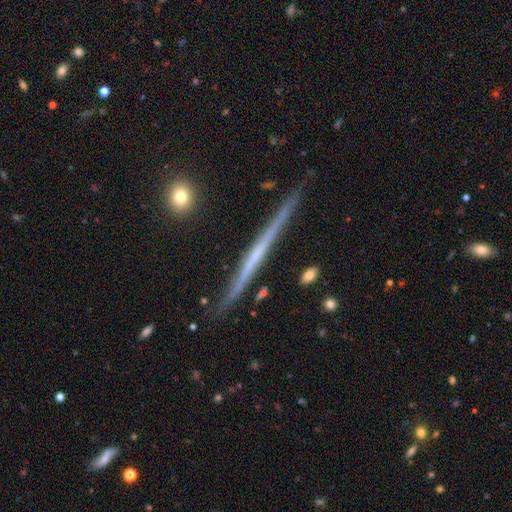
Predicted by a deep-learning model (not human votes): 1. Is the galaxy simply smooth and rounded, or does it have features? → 70% featured or disk, 24% smooth, 6% star or artifact.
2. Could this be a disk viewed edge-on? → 98% yes, 2% no.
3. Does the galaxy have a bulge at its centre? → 86% none, 9% rounded, 5% boxy.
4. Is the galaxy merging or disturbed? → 88% none, 9% minor disturbance, 2% major disturbance, 1% merger.